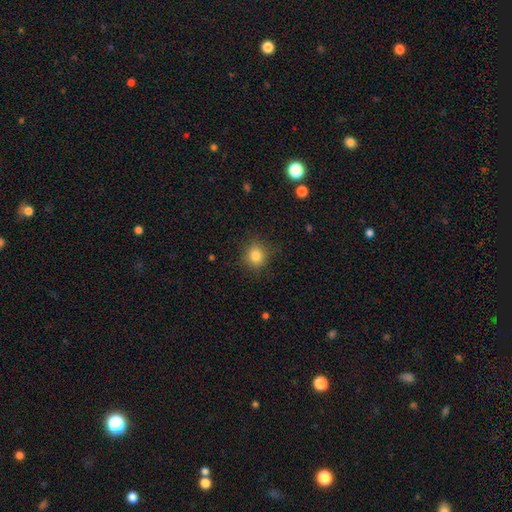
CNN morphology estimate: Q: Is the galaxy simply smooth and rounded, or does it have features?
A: smooth — 83%.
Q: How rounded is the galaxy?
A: round — 83%.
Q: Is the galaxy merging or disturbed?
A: none — 86%.